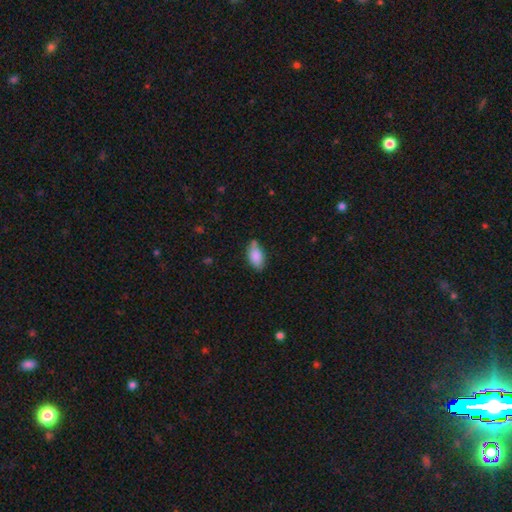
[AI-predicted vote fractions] Morphology: type=smooth (84%); roundness=in between (92%); merging=none (64%).